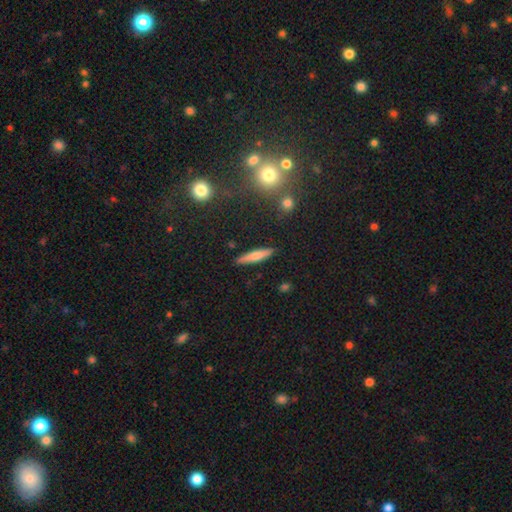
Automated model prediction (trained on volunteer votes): Morphology: type=smooth (67%); roundness=cigar-shaped (84%); merging=none (88%).